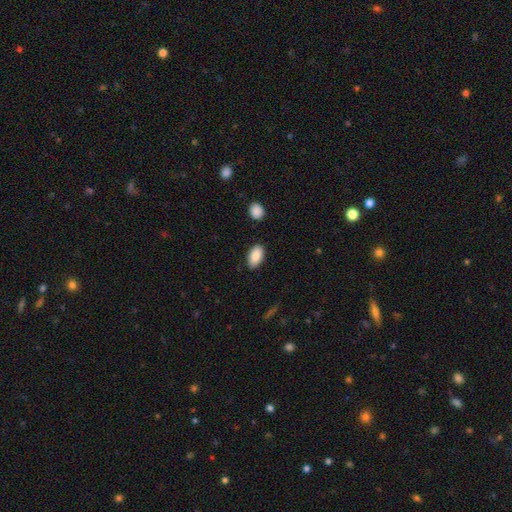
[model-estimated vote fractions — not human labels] A smooth galaxy with no disk features (89%) that is in between round and cigar-shaped (94%).

Vote fractions:
- Smooth or featured? smooth: 89% / star or artifact: 6% / featured or disk: 5%
- How rounded? in between: 94% / round: 3% / cigar-shaped: 3%
- Merging? none: 84% / minor disturbance: 11% / major disturbance: 3% / merger: 2%